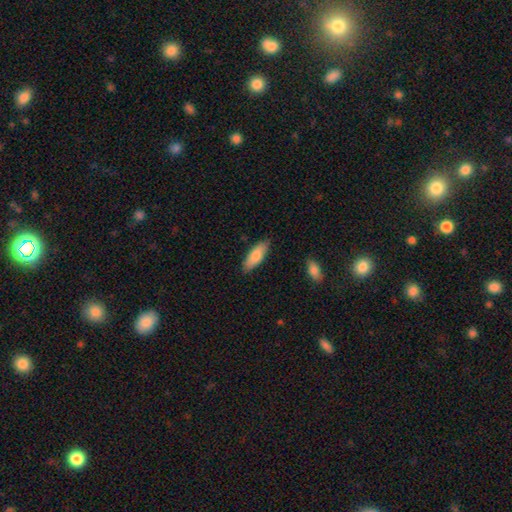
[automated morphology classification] Smooth or featured: smooth — 81% (featured or disk — 13%)
How rounded: in between — 63% (cigar-shaped — 35%)
Merging: none — 85% (minor disturbance — 11%)